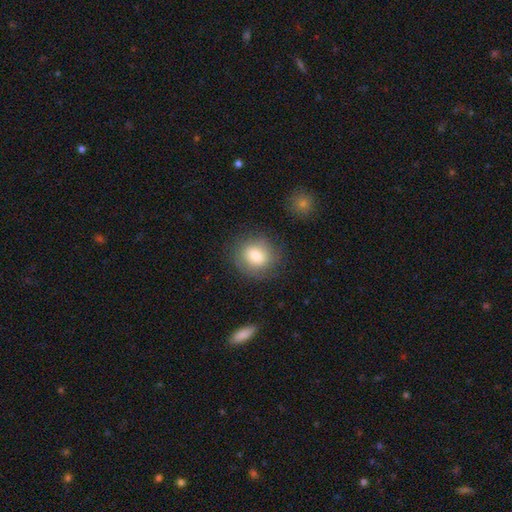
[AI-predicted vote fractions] This is likely a smooth galaxy (77%). How rounded: likely round (80%). Merging: clearly none (81%).